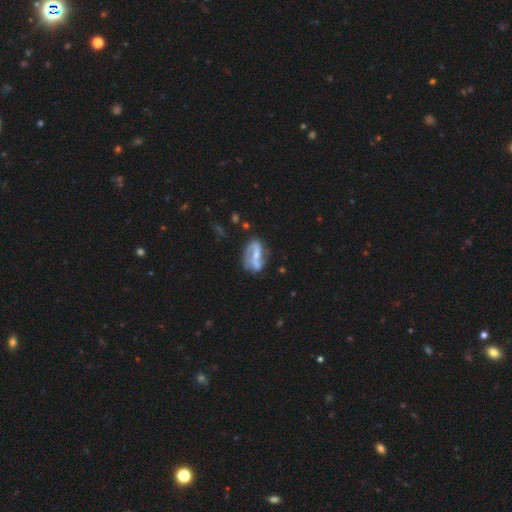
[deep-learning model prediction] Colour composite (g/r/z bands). It shows a featured or disk galaxy (73%) with a strong bar (38%), 2 (78%) loose (52%) spiral arms (80%) and a small central bulge (44%). Merging: none (56%).